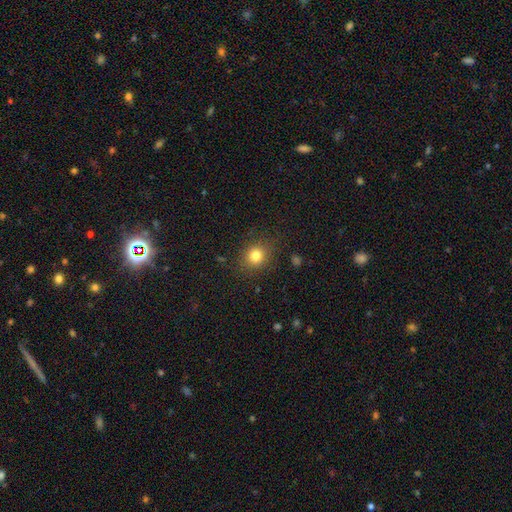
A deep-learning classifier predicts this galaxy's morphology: smooth-or-featured: smooth: 81% | star or artifact: 13% | featured or disk: 7%
  how-rounded: round: 78% | in between: 21% | cigar-shaped: 1%
  merging: none: 85% | minor disturbance: 10% | major disturbance: 4% | merger: 1%